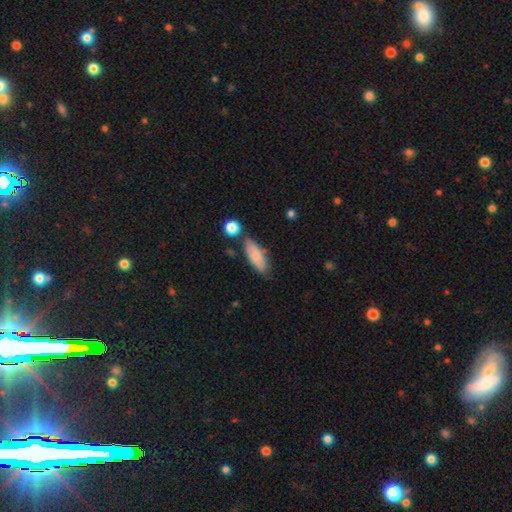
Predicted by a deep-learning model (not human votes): Smooth or featured: smooth — 74% (featured or disk — 20%)
How rounded: in between — 74% (cigar-shaped — 23%)
Merging: none — 68% (minor disturbance — 19%)